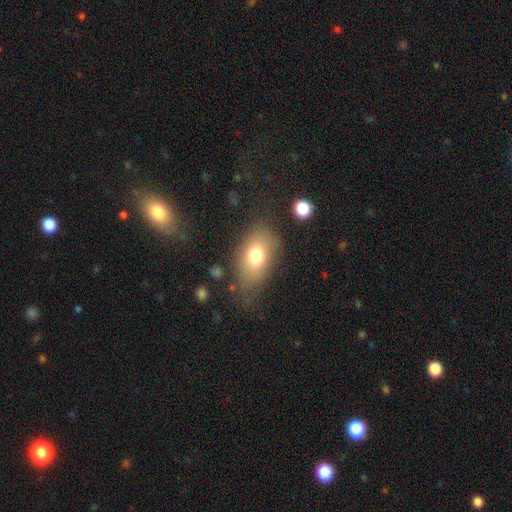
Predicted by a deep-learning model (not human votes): Smooth or featured: smooth — 75% (featured or disk — 16%)
How rounded: in between — 84% (round — 13%)
Merging: none — 63% (minor disturbance — 22%)